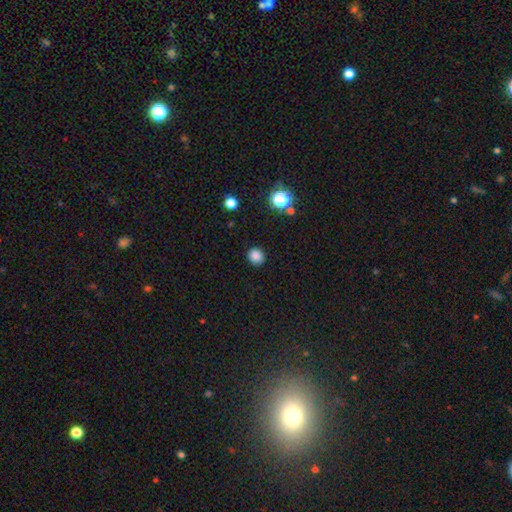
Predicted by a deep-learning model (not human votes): Morphology: type=smooth (84%); roundness=round (78%); merging=none (89%).